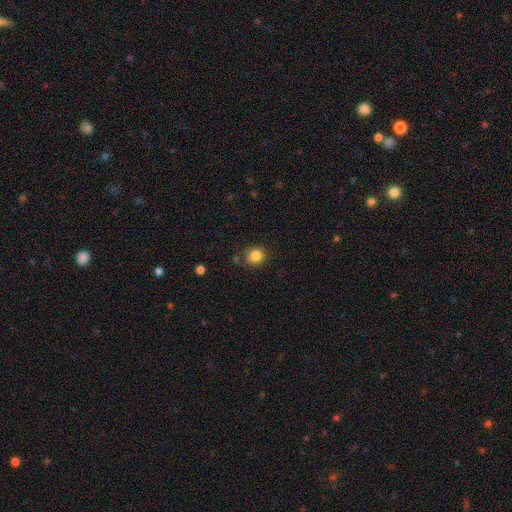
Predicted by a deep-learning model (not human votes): smooth 84%, star or artifact 11%, featured or disk 5%. Down the decision tree: how rounded — round (84%); merging — none (82%).